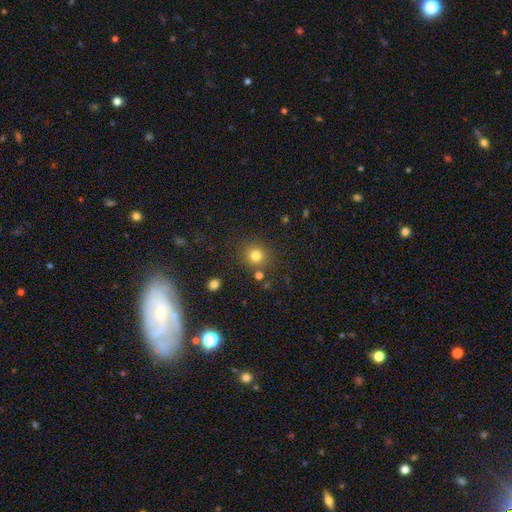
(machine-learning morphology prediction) A smooth galaxy with no disk features (79%) that is round (88%). Merging: none (82%).